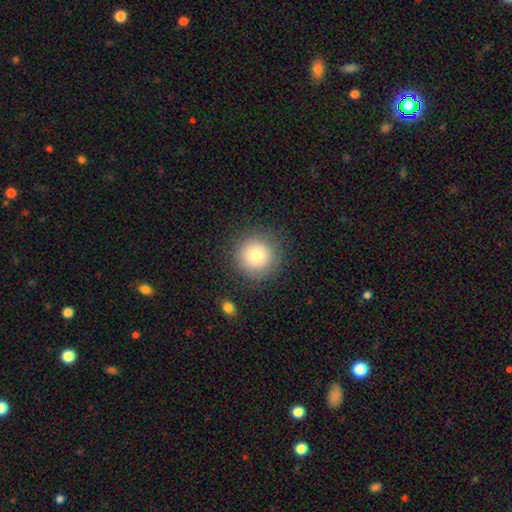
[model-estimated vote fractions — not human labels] Q: Smooth or featured?
A: smooth (78%); runner-up: featured or disk (11%)
Q: How rounded?
A: round (95%); runner-up: in between (4%)
Q: Merging?
A: none (87%); runner-up: minor disturbance (8%)